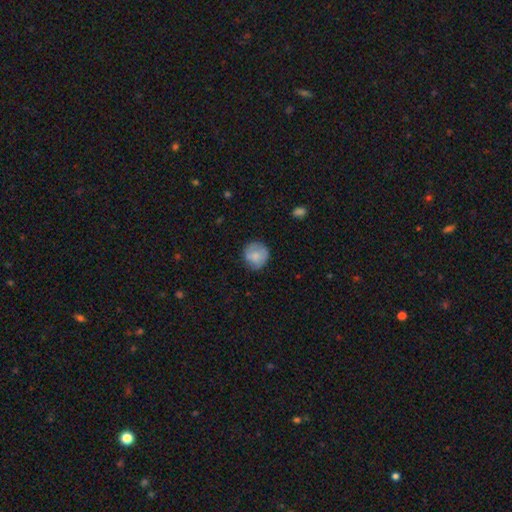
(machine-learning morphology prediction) Smooth or featured? Predicted: smooth (p=0.75). How rounded? Predicted: round (p=0.90). Merging? Predicted: none (p=0.76).